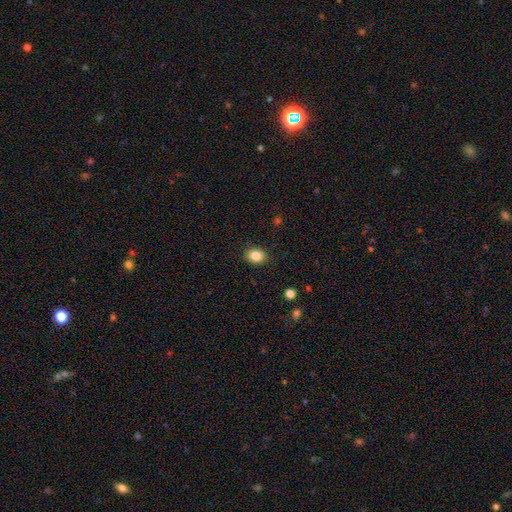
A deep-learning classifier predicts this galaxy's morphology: type=smooth (86%); roundness=in between (52%); merging=none (88%).